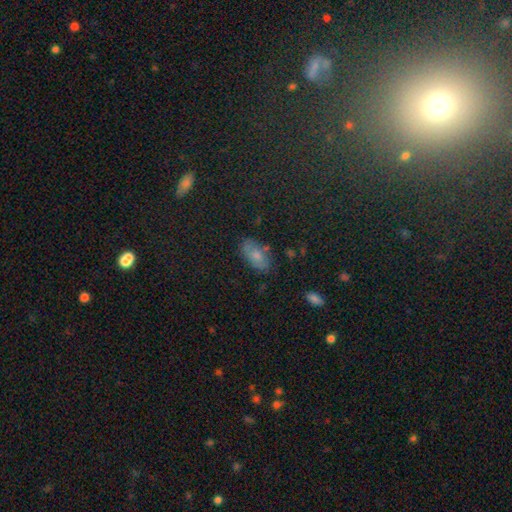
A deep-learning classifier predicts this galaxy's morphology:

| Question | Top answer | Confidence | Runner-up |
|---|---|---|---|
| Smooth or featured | smooth | 66% | featured or disk (20%) |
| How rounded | in between | 91% | round (5%) |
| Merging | none | 71% | minor disturbance (20%) |